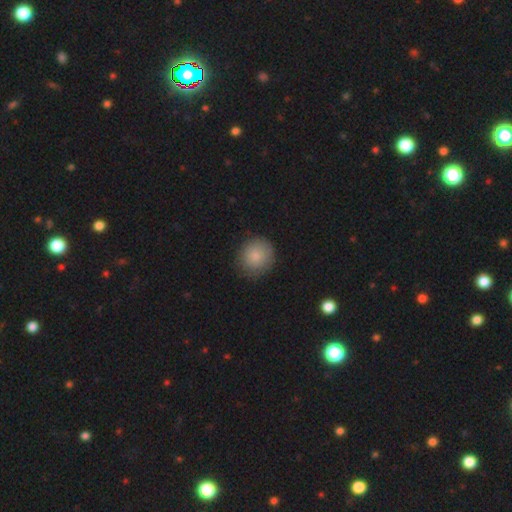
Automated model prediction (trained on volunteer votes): smooth 83%, featured or disk 9%, star or artifact 8%. Down the decision tree: how rounded — round (87%); merging — none (81%).